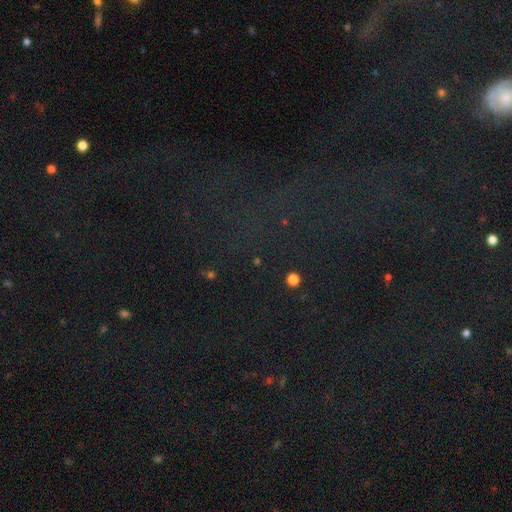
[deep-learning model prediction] star or artifact 75%, smooth 15%, featured or disk 10%.